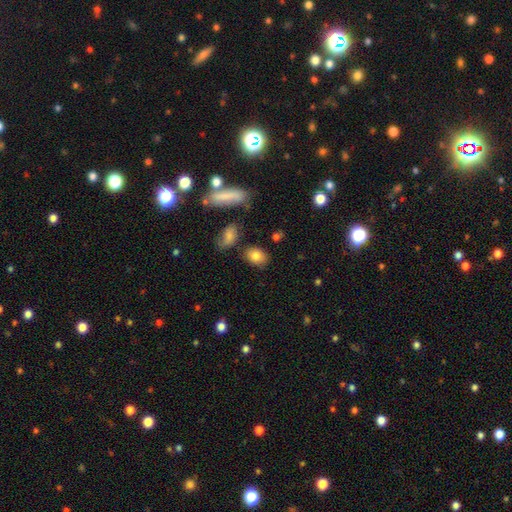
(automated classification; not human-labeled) Smooth or featured: smooth — 83% (star or artifact — 9%)
How rounded: in between — 70% (round — 28%)
Merging: none — 77% (minor disturbance — 14%)